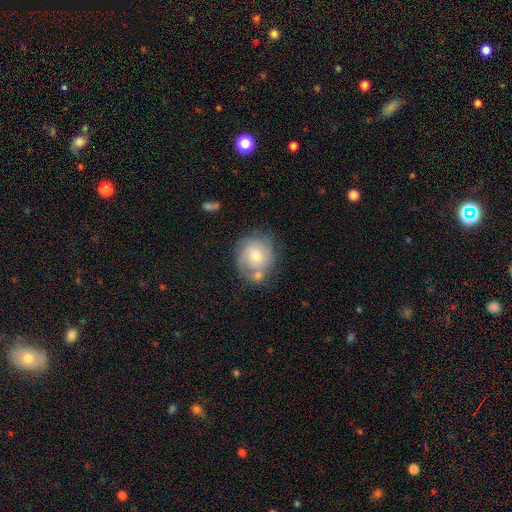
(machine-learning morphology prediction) Overall: featured or disk (47%; smooth 46%). Merging: none (51%; merger 22%).